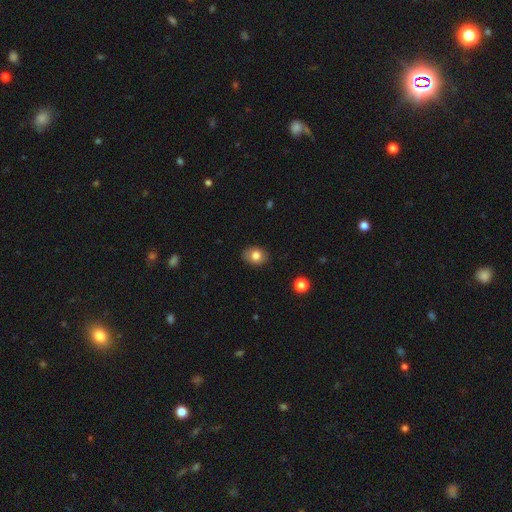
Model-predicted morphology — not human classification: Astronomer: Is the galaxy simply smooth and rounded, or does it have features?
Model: smooth — 79%.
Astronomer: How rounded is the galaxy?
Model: in between — 54% (runner-up: round, 45%).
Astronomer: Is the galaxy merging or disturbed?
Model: none — 84%.